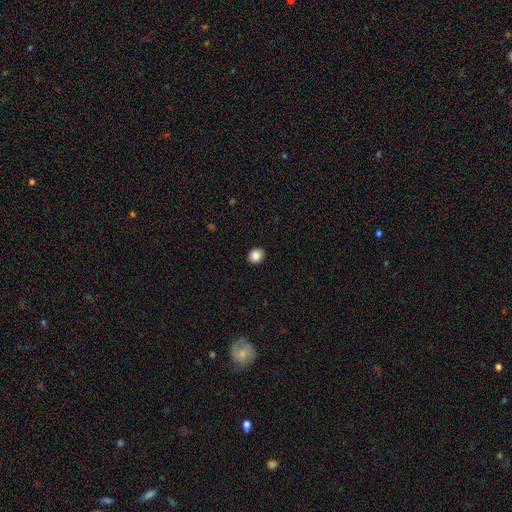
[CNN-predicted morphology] Smooth or featured: smooth — 85% (star or artifact — 9%)
How rounded: round — 69% (in between — 30%)
Merging: none — 91% (minor disturbance — 6%)